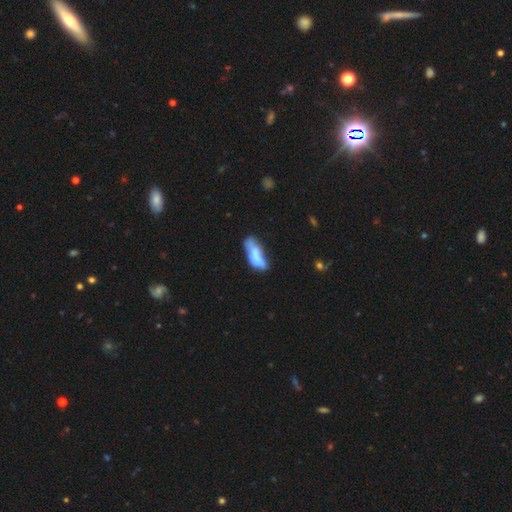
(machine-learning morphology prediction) smooth_or_featured: smooth (p=0.61) [alt: featured or disk p=0.31]
how_rounded: in between (p=0.68) [alt: cigar-shaped p=0.29]
merging: none (p=0.33) [alt: minor disturbance p=0.28]